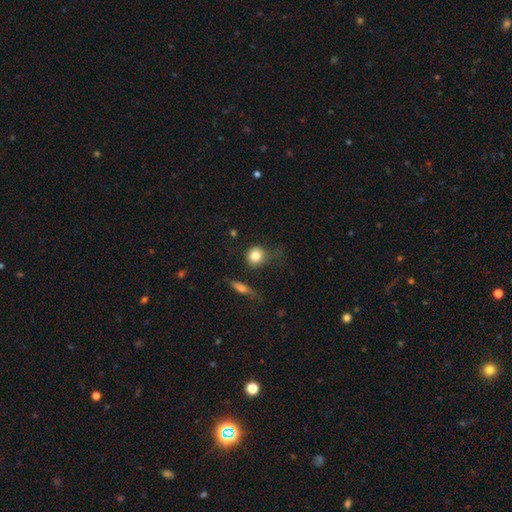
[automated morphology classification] Smooth or featured: smooth — 80% (featured or disk — 10%)
How rounded: round — 83% (in between — 15%)
Merging: none — 59% (minor disturbance — 22%)